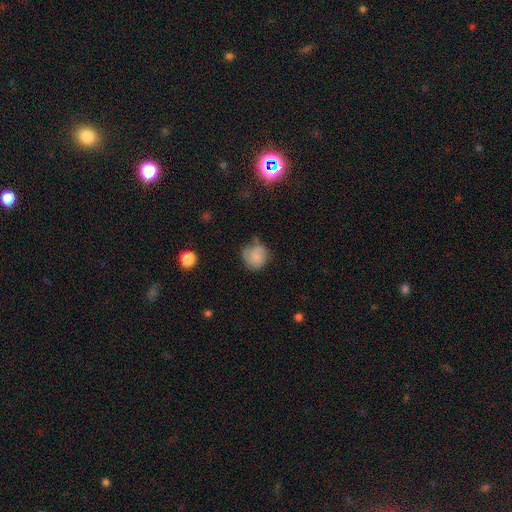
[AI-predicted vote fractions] Smooth or featured?
  - smooth: 72% *
  - featured or disk: 19%
  - star or artifact: 9%
How rounded?
  - round: 83% *
  - in between: 16%
  - cigar-shaped: 1%
Merging?
  - none: 52% *
  - minor disturbance: 31%
  - major disturbance: 11%
  - merger: 5%